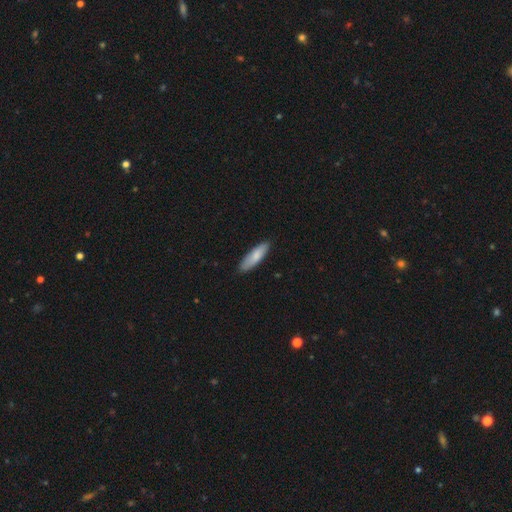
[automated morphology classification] Smooth or featured? Predicted: smooth (p=0.80). How rounded? Predicted: cigar-shaped (p=0.57). Merging? Predicted: none (p=0.86).